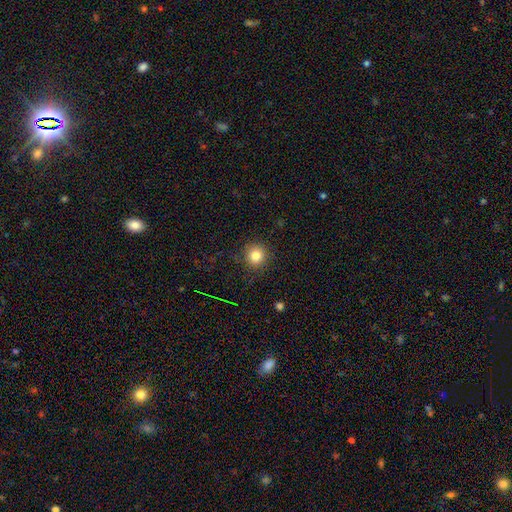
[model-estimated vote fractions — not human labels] A smooth galaxy with no disk features (82%) that is round (93%). Merging: none (89%).